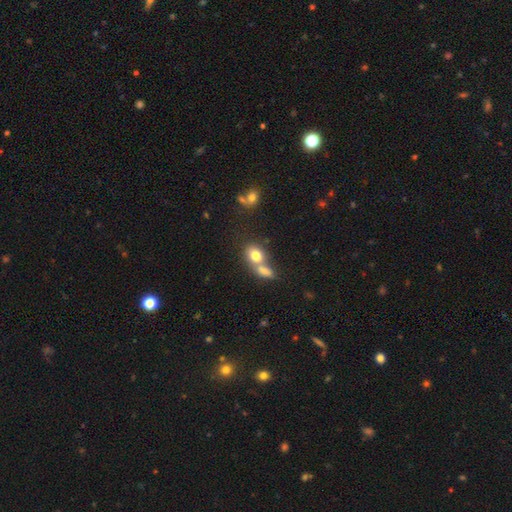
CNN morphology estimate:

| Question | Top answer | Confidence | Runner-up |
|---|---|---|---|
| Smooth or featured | smooth | 77% | featured or disk (13%) |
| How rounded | in between | 56% | round (41%) |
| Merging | merger | 54% | none (33%) |